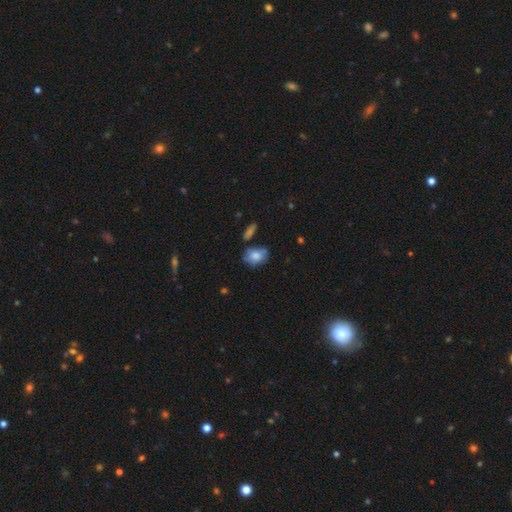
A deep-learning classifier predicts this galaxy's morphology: type=smooth (72%); roundness=in between (69%); merging=none (53%).